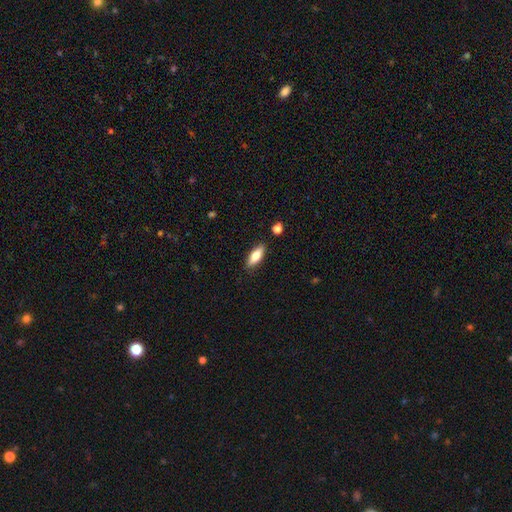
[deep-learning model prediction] Smooth or featured? smooth (77%)
How rounded? in between (68%)
Merging? none (87%)